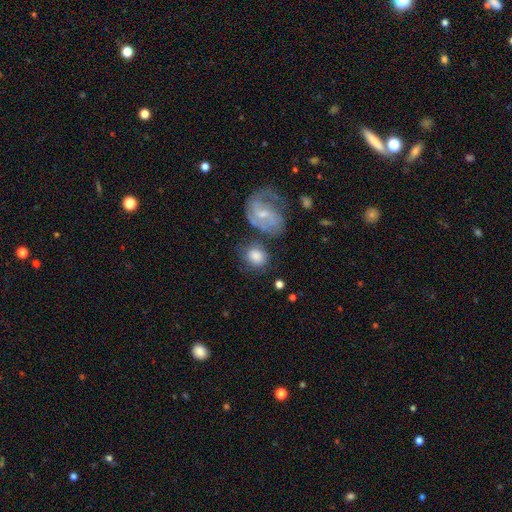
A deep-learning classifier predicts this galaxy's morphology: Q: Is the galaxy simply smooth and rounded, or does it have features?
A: smooth — 67%.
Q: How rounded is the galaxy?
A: round — 61%.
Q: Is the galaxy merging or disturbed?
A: none — 57%.